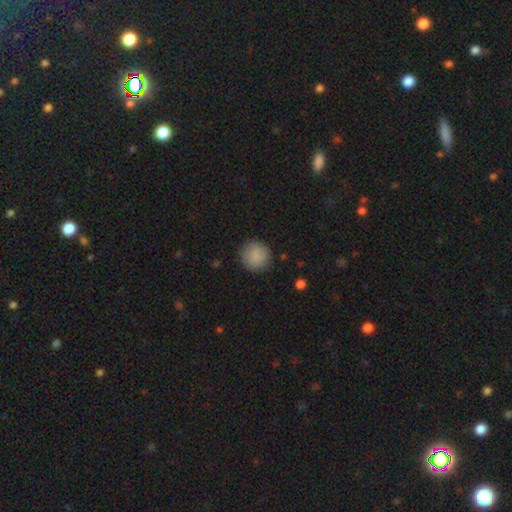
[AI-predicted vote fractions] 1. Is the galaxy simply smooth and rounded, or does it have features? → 88% smooth, 8% star or artifact, 4% featured or disk.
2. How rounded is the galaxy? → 94% round, 5% in between, 1% cigar-shaped.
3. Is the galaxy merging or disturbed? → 88% none, 9% minor disturbance, 2% major disturbance, 1% merger.